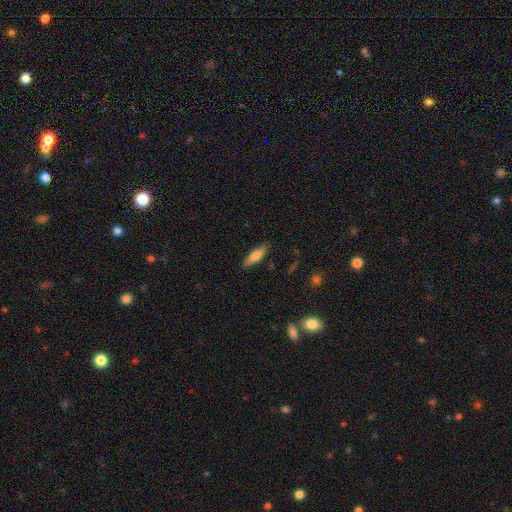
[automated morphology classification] This is likely a smooth galaxy (64%). How rounded: likely cigar-shaped (66%). Merging: clearly none (86%).